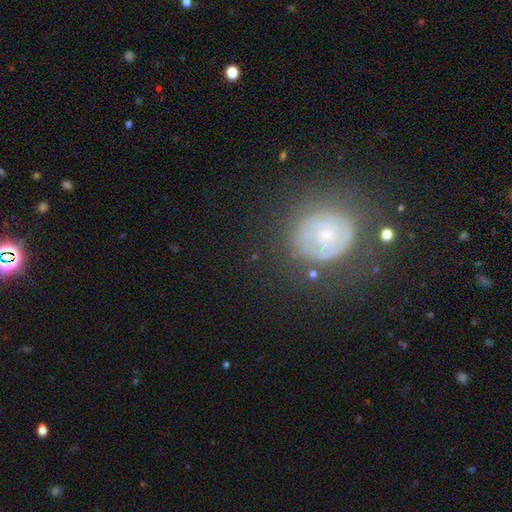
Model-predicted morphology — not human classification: Q: Smooth or featured?
A: featured or disk (52%); runner-up: smooth (33%)
Q: Edge-on disk?
A: no (95%); runner-up: yes (5%)
Q: Merging?
A: none (76%); runner-up: minor disturbance (13%)